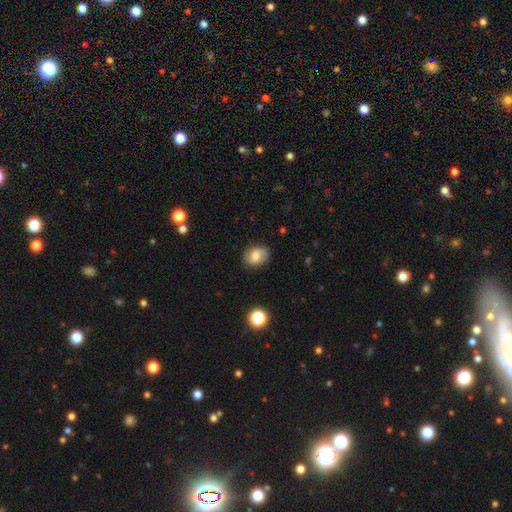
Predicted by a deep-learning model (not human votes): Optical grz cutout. It shows a smooth galaxy with no disk features (60%) that is in between round and cigar-shaped (66%). Merging: none (81%).